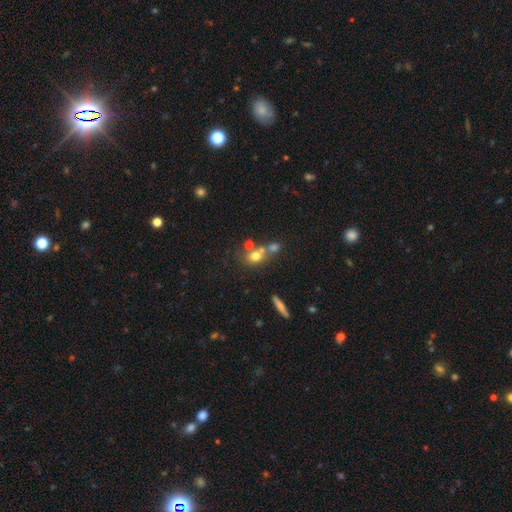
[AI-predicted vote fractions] The model was most divided on "merging": merger: 47%, none: 38%, minor disturbance: 10%, major disturbance: 6%. More confident: smooth or featured — smooth (64%); how rounded — round (64%).